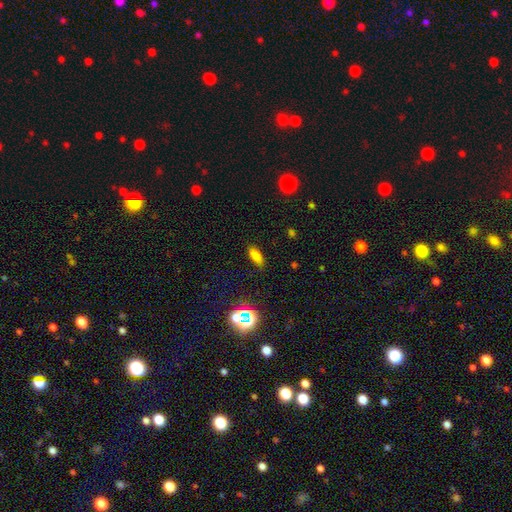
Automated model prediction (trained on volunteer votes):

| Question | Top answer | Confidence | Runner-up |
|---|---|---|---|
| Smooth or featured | smooth | 75% | star or artifact (17%) |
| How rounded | in between | 71% | cigar-shaped (25%) |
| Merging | none | 84% | minor disturbance (11%) |